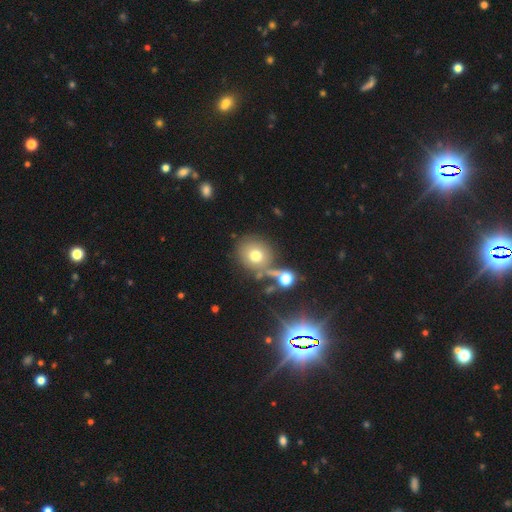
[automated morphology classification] Smooth or featured: smooth — 70% (featured or disk — 16%)
How rounded: round — 81% (in between — 18%)
Merging: none — 59% (merger — 20%)